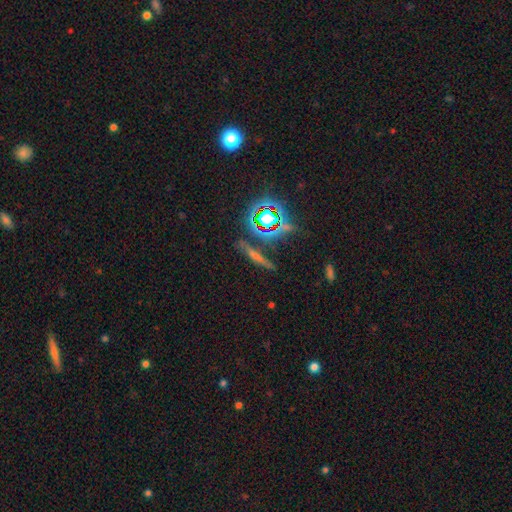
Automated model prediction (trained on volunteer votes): Smooth or featured? Predicted: star or artifact (p=0.37).